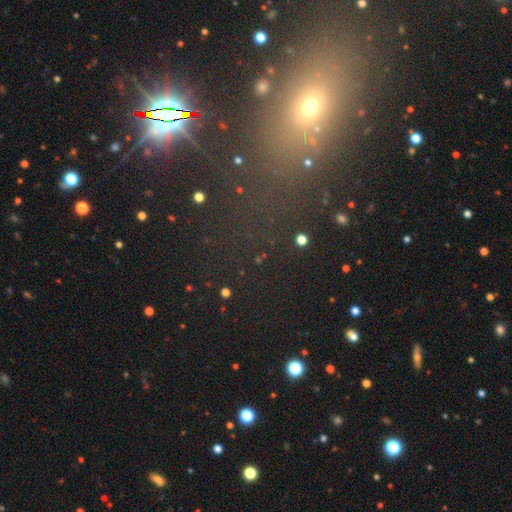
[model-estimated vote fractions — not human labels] smooth-or-featured: star or artifact: 55% | smooth: 33% | featured or disk: 12%